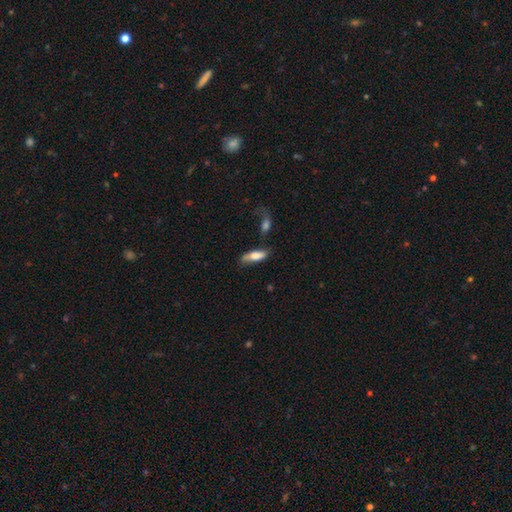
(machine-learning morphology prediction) smooth_or_featured: smooth (p=0.73) [alt: featured or disk p=0.20]
how_rounded: in between (p=0.60) [alt: cigar-shaped p=0.38]
merging: none (p=0.56) [alt: minor disturbance p=0.24]